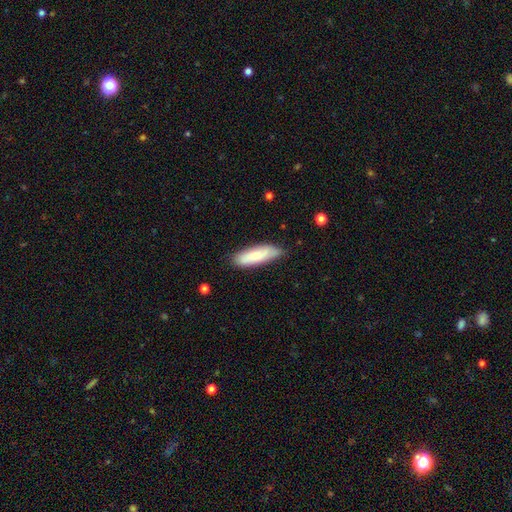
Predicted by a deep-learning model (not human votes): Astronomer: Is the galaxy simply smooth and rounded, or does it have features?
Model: smooth — 74%.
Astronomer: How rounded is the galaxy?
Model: cigar-shaped — 51% (runner-up: in between, 48%).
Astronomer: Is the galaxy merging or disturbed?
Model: none — 80%.